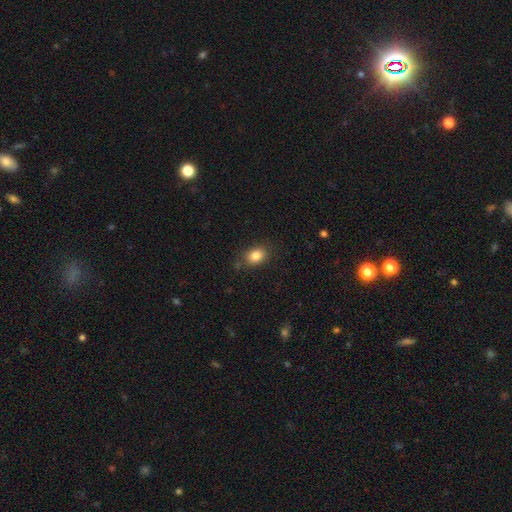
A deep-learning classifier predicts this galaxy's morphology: This is clearly a smooth galaxy (84%). How rounded: likely in between (70%). Merging: clearly none (83%).